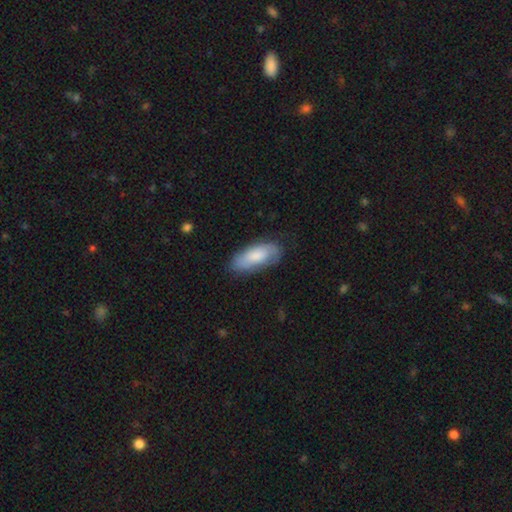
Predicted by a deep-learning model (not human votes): Smooth or featured?
  - smooth: 71% *
  - featured or disk: 22%
  - star or artifact: 6%
How rounded?
  - in between: 83% *
  - cigar-shaped: 15%
  - round: 2%
Merging?
  - none: 70% *
  - minor disturbance: 22%
  - major disturbance: 6%
  - merger: 1%